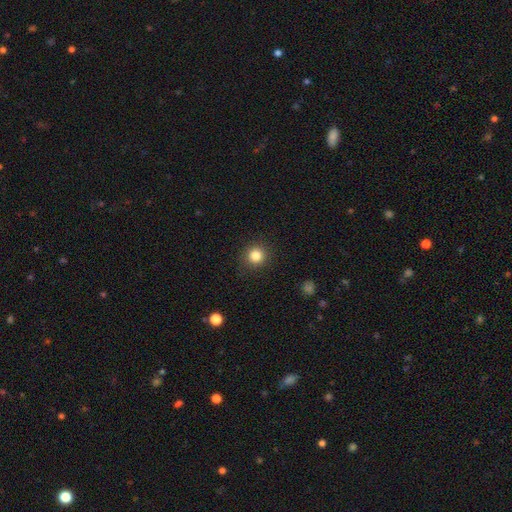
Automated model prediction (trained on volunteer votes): A smooth galaxy with no disk features (84%) that is round (93%). Merging: none (90%).